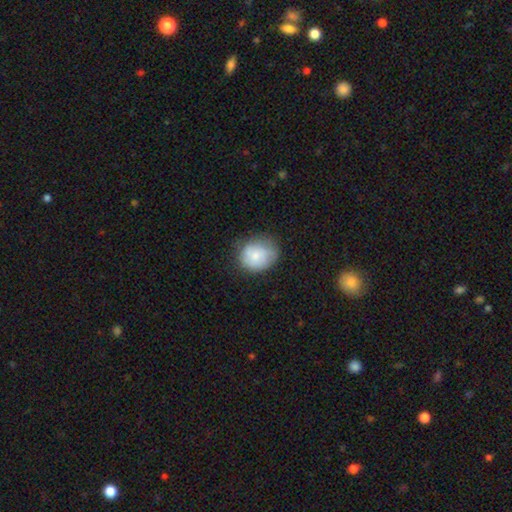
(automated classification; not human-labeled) smooth 69%, featured or disk 23%, star or artifact 7%. Down the decision tree: how rounded — round (66%); merging — none (64%).